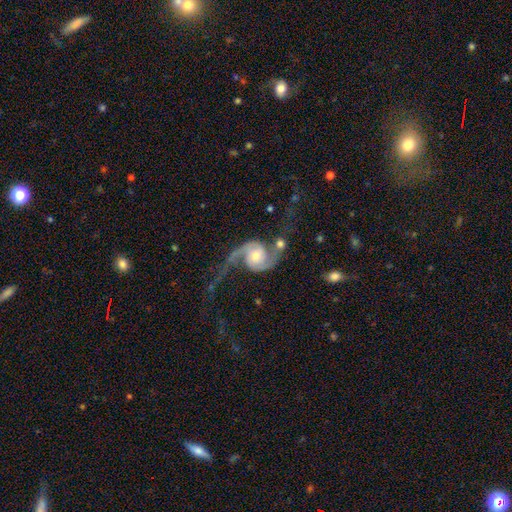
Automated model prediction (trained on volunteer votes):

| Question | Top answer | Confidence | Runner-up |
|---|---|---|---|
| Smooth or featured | featured or disk | 90% | smooth (5%) |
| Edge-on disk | no | 98% | yes (2%) |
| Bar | no | 65% | weak (26%) |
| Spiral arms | yes | 98% | no (2%) |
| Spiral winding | loose | 62% | medium (30%) |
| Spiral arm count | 2 | 93% | 1 (2%) |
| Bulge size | moderate | 59% | small (30%) |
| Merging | none | 52% | major disturbance (20%) |